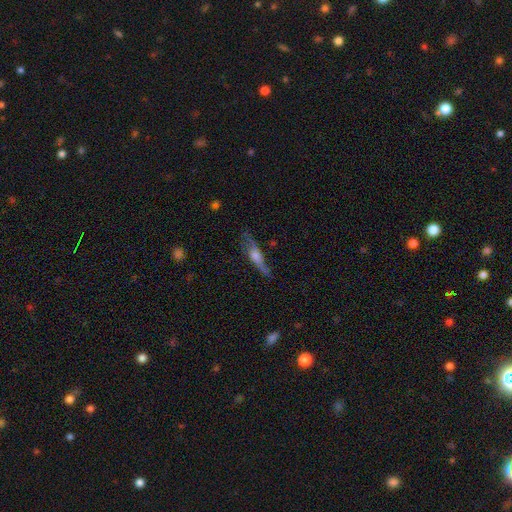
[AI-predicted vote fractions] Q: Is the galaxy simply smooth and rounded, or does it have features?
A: featured or disk — 61%.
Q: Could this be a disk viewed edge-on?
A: yes — 69%.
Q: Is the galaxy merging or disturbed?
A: none — 63%.